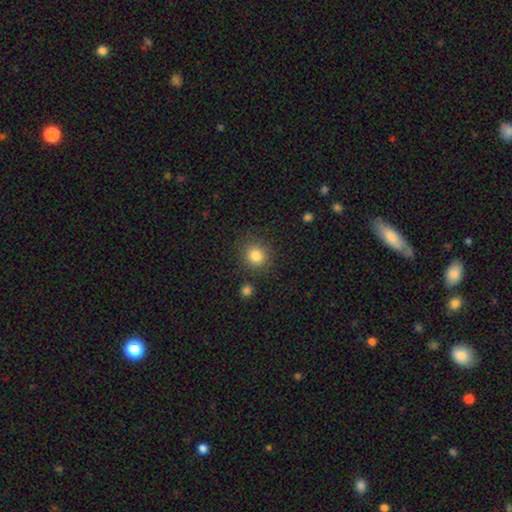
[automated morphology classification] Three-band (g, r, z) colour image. It shows a smooth galaxy with no disk features (83%) that is round (87%). Merging: none (85%).